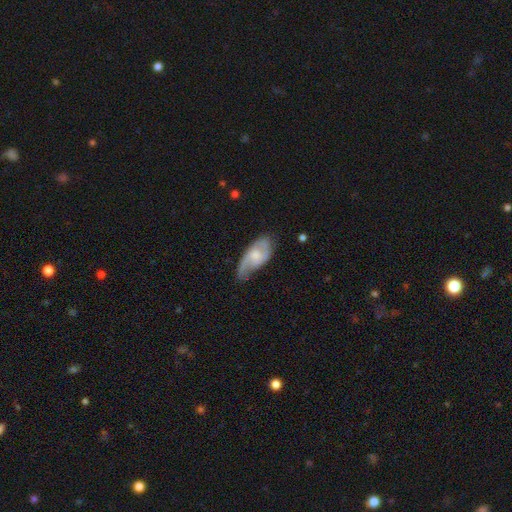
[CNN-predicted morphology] Smooth or featured?
  - featured or disk: 62% *
  - smooth: 32%
  - star or artifact: 6%
Edge-on disk?
  - no: 92% *
  - yes: 8%
Bar?
  - no: 64% *
  - weak: 32%
  - strong: 4%
Spiral arms?
  - yes: 86% *
  - no: 14%
Bulge size?
  - moderate: 48% *
  - small: 38%
  - none: 7%
  - large: 6%
  - dominant: 1%
Merging?
  - none: 51% *
  - minor disturbance: 33%
  - major disturbance: 14%
  - merger: 2%